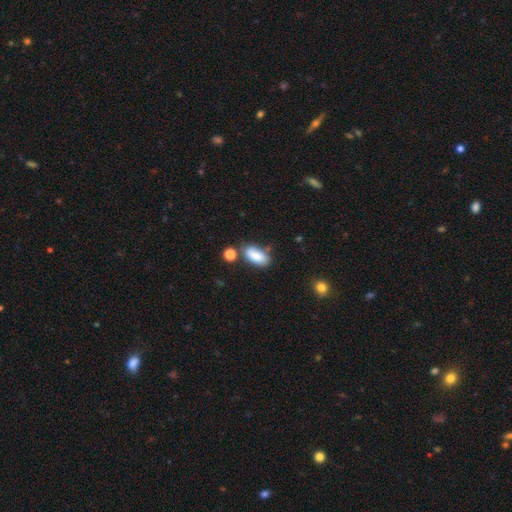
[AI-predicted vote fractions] Smooth or featured? smooth (84%)
How rounded? in between (89%)
Merging? none (65%)